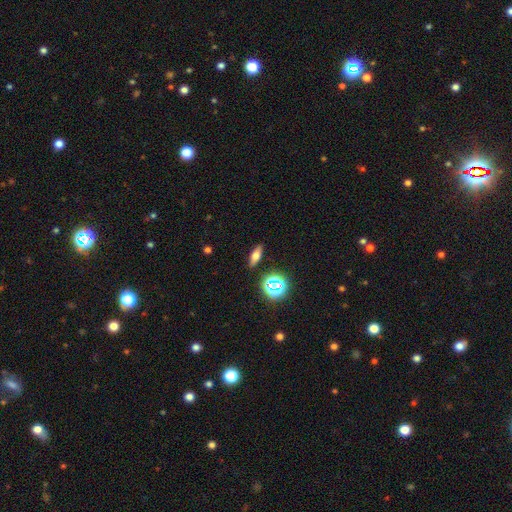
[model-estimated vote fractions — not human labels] A smooth galaxy with no disk features (59%) that is in between round and cigar-shaped (62%). Merging: none (88%).